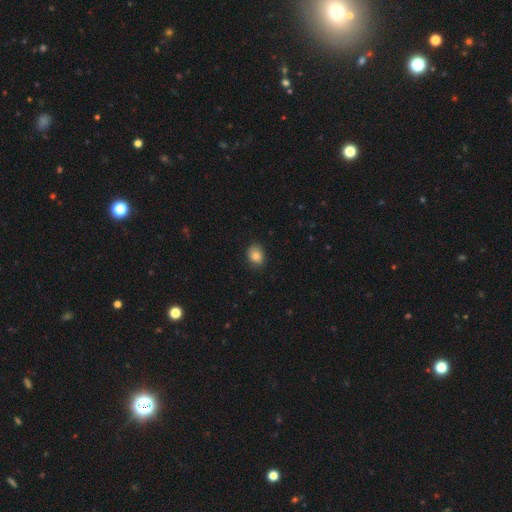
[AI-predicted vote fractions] Smooth or featured? Predicted: smooth (p=0.85). How rounded? Predicted: in between (p=0.56). Merging? Predicted: none (p=0.83).